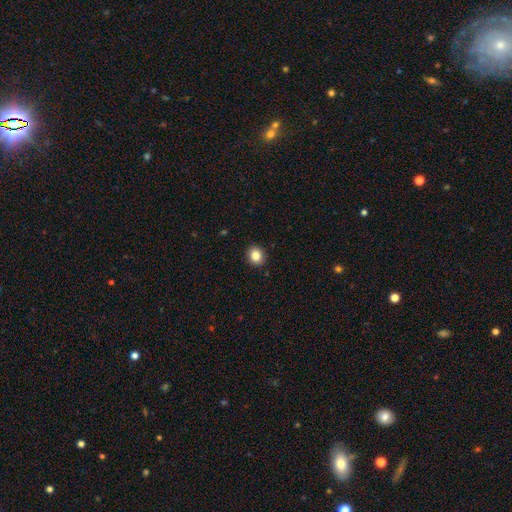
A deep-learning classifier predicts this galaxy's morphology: smooth 85%, star or artifact 10%, featured or disk 5%. Down the decision tree: how rounded — round (74%); merging — none (91%).